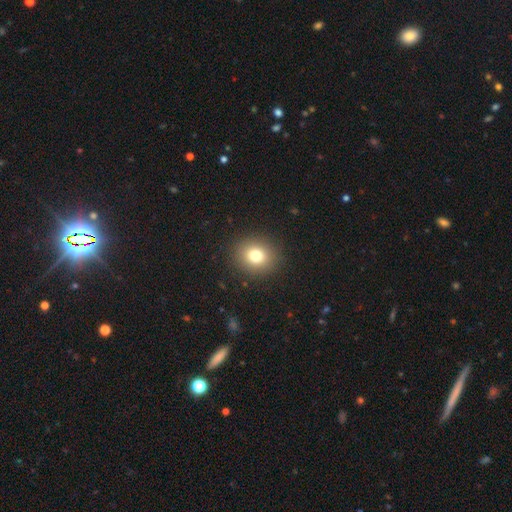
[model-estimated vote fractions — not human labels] smooth-or-featured: smooth: 78% | star or artifact: 13% | featured or disk: 10%
  how-rounded: round: 78% | in between: 21% | cigar-shaped: 1%
  merging: none: 90% | minor disturbance: 6% | major disturbance: 3% | merger: 1%